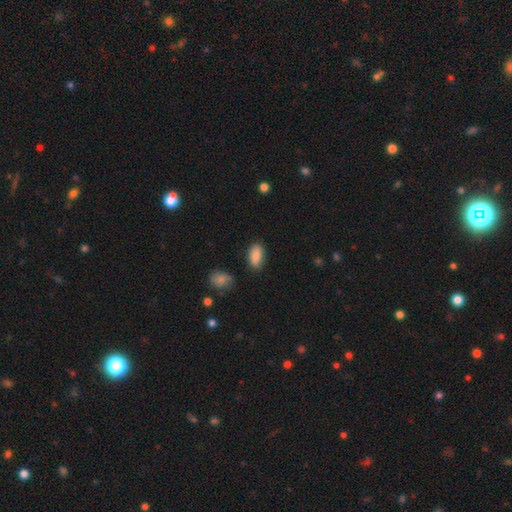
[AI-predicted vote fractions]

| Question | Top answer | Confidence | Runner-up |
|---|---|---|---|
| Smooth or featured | smooth | 87% | star or artifact (7%) |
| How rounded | in between | 92% | cigar-shaped (4%) |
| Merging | none | 82% | minor disturbance (13%) |